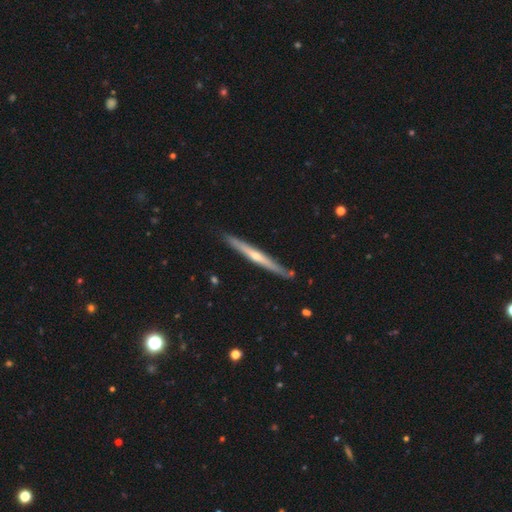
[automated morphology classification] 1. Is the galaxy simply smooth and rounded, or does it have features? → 68% featured or disk, 27% smooth, 5% star or artifact.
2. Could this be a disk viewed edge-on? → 97% yes, 3% no.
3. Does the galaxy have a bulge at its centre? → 66% rounded, 31% none, 3% boxy.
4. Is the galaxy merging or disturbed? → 87% none, 10% minor disturbance, 2% merger, 2% major disturbance.